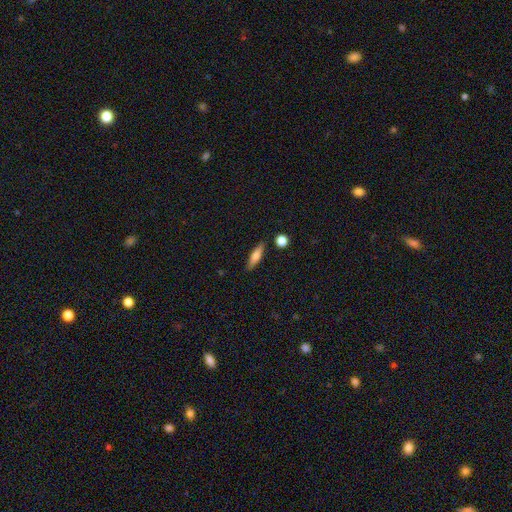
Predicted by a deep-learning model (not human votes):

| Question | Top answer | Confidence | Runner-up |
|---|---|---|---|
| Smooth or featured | smooth | 64% | featured or disk (29%) |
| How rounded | cigar-shaped | 66% | in between (31%) |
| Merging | none | 84% | minor disturbance (10%) |